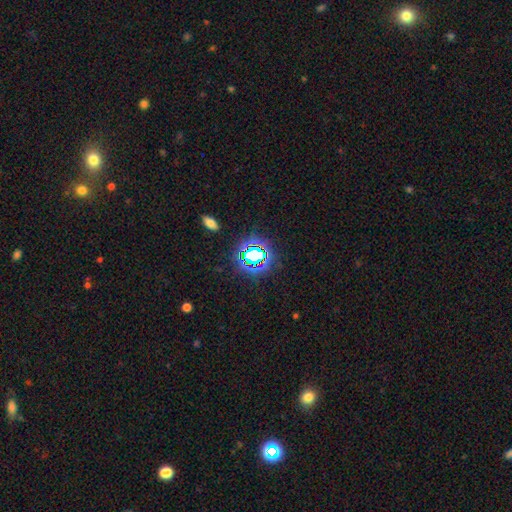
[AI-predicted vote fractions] Smooth or featured? Predicted: star or artifact (p=0.69).